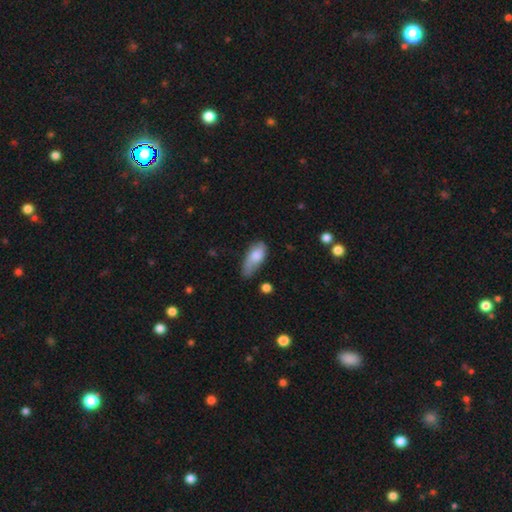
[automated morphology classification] Q: Smooth or featured?
A: smooth (74%); runner-up: featured or disk (19%)
Q: How rounded?
A: in between (84%); runner-up: cigar-shaped (13%)
Q: Merging?
A: minor disturbance (41%); runner-up: none (37%)